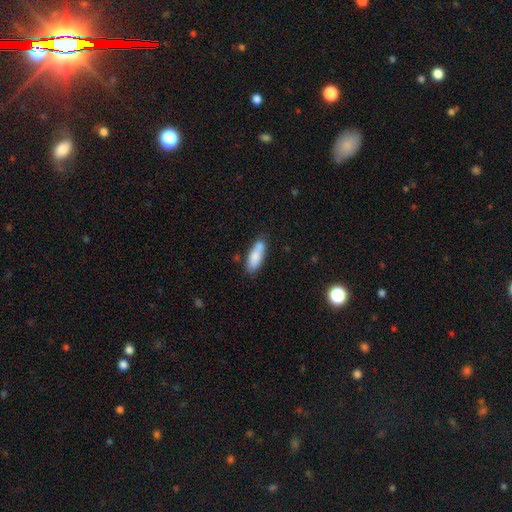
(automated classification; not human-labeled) Smooth or featured? smooth (82%)
How rounded? in between (60%)
Merging? none (70%)